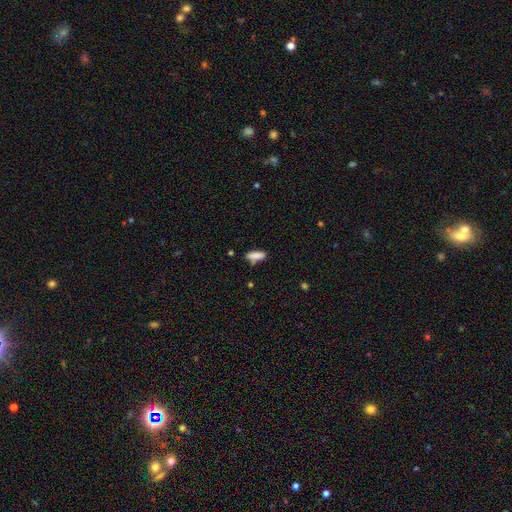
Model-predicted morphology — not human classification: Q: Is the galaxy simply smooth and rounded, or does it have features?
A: smooth — 87%.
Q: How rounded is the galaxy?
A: in between — 68%.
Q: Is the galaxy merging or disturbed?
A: none — 73%.